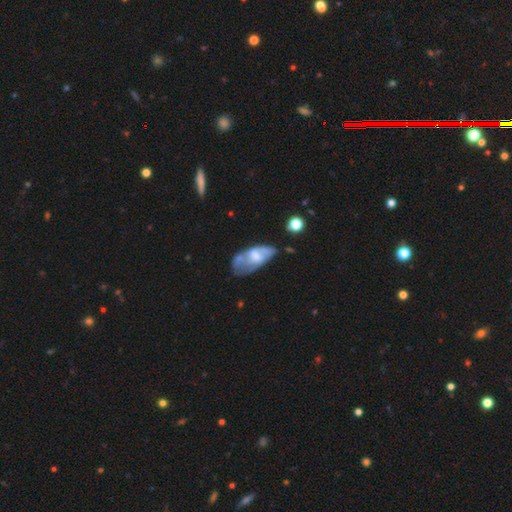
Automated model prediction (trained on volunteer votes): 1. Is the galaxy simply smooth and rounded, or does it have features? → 47% featured or disk, 45% smooth, 7% star or artifact.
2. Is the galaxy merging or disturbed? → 35% none, 30% minor disturbance, 22% major disturbance, 13% merger.